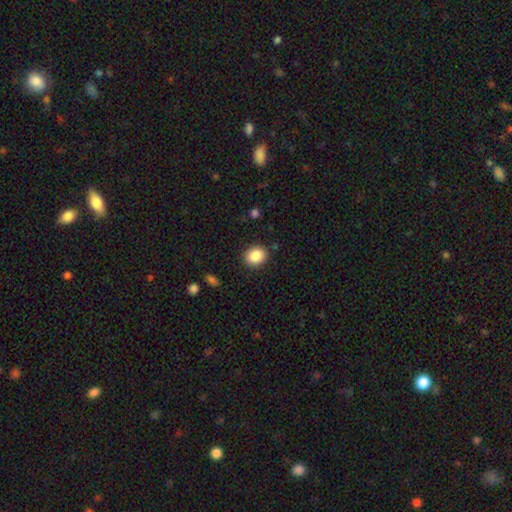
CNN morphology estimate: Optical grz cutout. It shows a smooth galaxy with no disk features (87%) that is round (59%). Merging: none (88%).